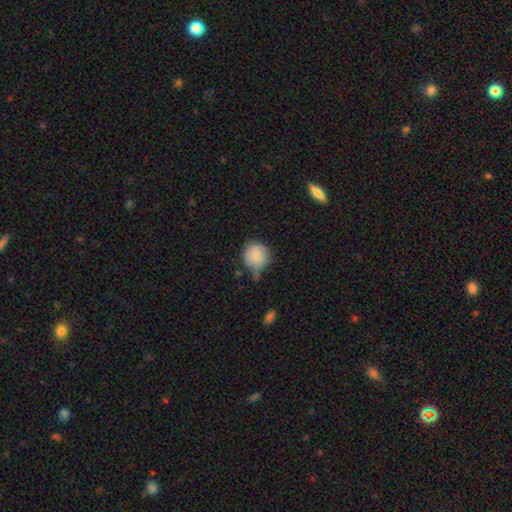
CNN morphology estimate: Q: Smooth or featured?
A: smooth (79%); runner-up: featured or disk (14%)
Q: How rounded?
A: round (83%); runner-up: in between (16%)
Q: Merging?
A: minor disturbance (40%); runner-up: none (36%)